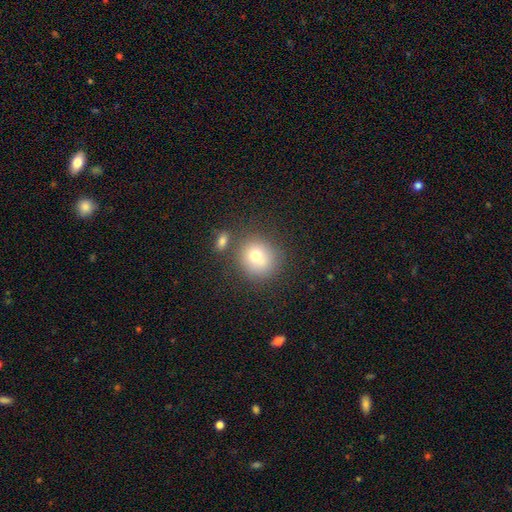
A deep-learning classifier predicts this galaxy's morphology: smooth_or_featured: smooth (p=0.75) [alt: featured or disk p=0.13]
how_rounded: round (p=0.85) [alt: in between p=0.14]
merging: none (p=0.69) [alt: merger p=0.15]